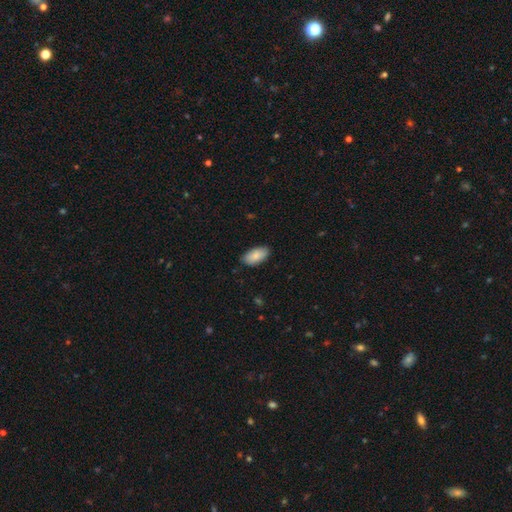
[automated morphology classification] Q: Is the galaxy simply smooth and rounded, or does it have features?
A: smooth — 87%.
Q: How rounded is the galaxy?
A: in between — 94%.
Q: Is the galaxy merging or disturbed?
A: none — 85%.